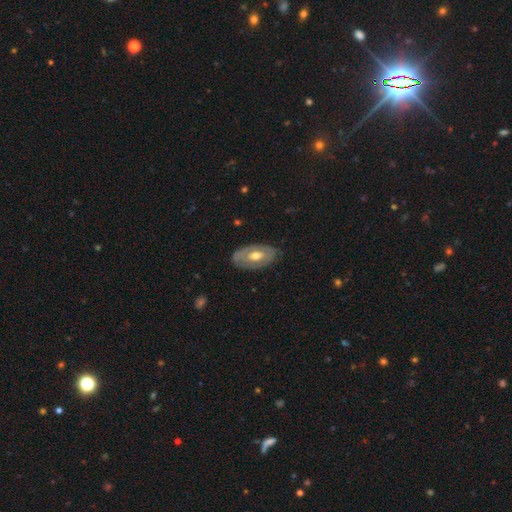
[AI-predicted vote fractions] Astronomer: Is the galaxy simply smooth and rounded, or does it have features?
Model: featured or disk — 57% (runner-up: smooth, 37%).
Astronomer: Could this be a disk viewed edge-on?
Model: no — 89%.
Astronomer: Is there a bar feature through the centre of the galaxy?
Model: no — 71%.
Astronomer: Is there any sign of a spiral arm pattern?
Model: no — 70%.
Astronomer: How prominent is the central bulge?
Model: moderate — 75%.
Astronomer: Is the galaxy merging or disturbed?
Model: none — 78%.